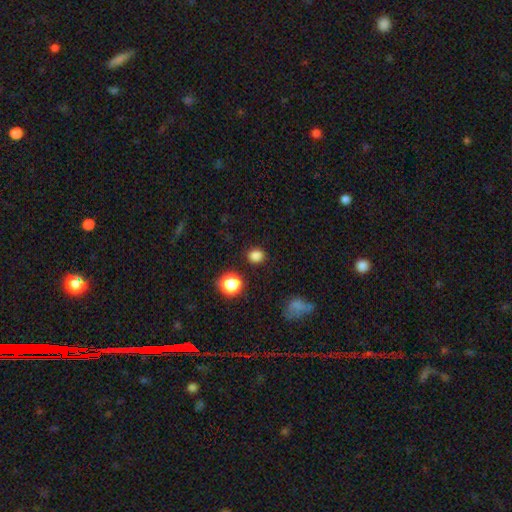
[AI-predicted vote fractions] A smooth galaxy with no disk features (82%) that is round (74%).

Vote fractions:
- Smooth or featured? smooth: 82% / star or artifact: 15% / featured or disk: 4%
- How rounded? round: 74% / in between: 25% / cigar-shaped: 1%
- Merging? none: 85% / minor disturbance: 9% / major disturbance: 3% / merger: 3%